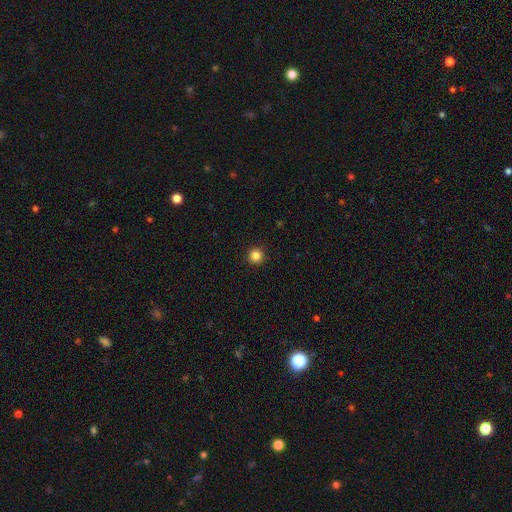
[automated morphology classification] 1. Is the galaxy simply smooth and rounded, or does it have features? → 84% smooth, 12% star or artifact, 4% featured or disk.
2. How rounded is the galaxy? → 96% round, 3% in between, 1% cigar-shaped.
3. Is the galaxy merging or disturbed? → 93% none, 4% minor disturbance, 2% major disturbance, 1% merger.